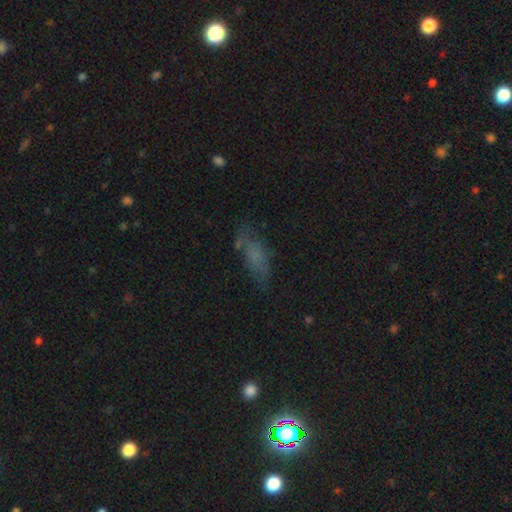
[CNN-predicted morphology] smooth_or_featured: smooth (p=0.59) [alt: featured or disk p=0.25]
how_rounded: in between (p=0.66) [alt: cigar-shaped p=0.30]
merging: none (p=0.60) [alt: minor disturbance p=0.23]